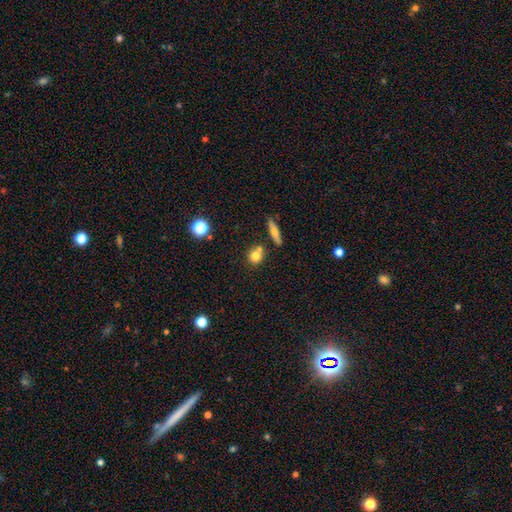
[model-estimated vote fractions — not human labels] This is likely a smooth galaxy (74%). How rounded: clearly round (80%). Merging: likely none (62%).